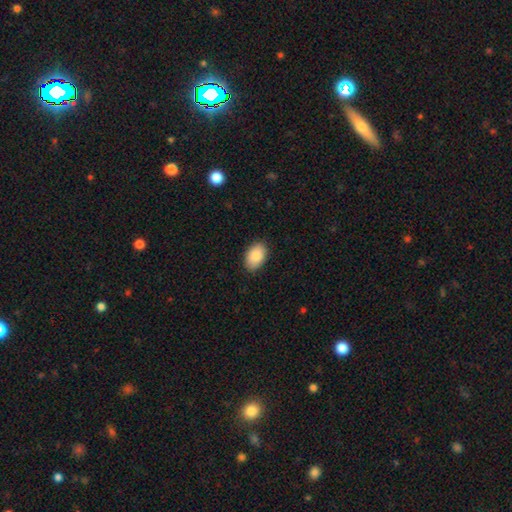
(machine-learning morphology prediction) smooth 88%, star or artifact 6%, featured or disk 5%. Down the decision tree: how rounded — in between (90%); merging — none (88%).